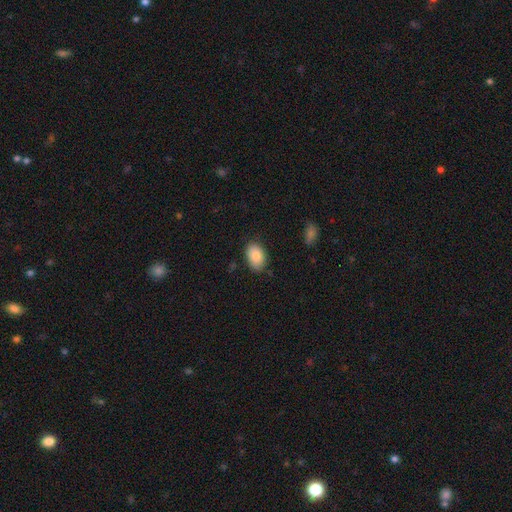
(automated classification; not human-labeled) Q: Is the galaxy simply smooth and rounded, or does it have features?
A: smooth — 87%.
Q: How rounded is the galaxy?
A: in between — 88%.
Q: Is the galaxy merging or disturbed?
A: none — 81%.